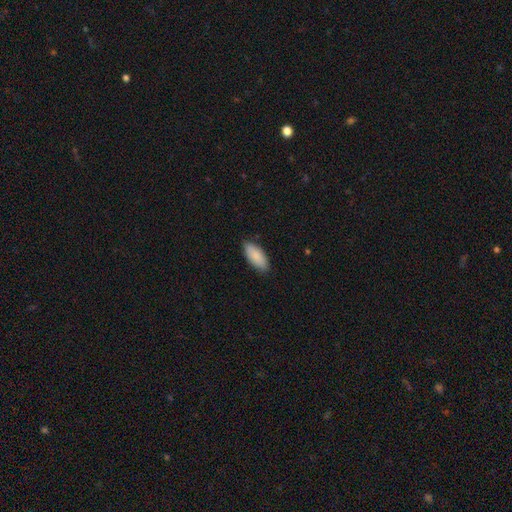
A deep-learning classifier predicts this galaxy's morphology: Q: Smooth or featured?
A: smooth (88%); runner-up: featured or disk (6%)
Q: How rounded?
A: in between (87%); runner-up: cigar-shaped (12%)
Q: Merging?
A: none (85%); runner-up: minor disturbance (12%)